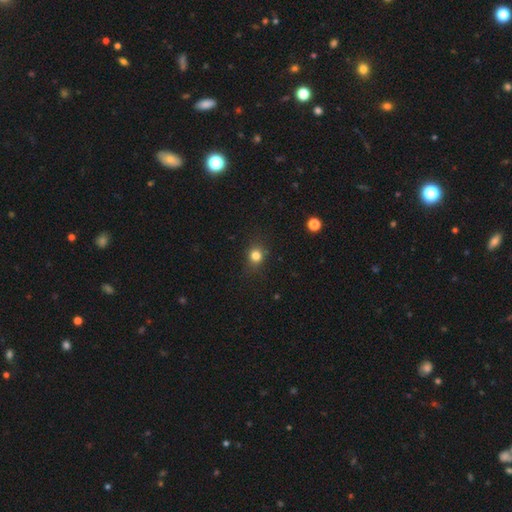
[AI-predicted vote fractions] The model was most divided on "how rounded": round: 76%, in between: 23%, cigar-shaped: 1%. More confident: merging — none (84%); smooth or featured — smooth (81%).